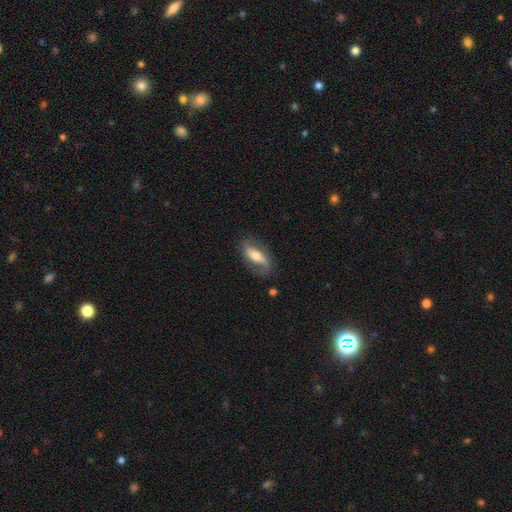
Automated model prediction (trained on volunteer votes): A featured or disk galaxy (65%) with a strong bar (41%), spiral arms (85%) and a moderate central bulge (60%).

Vote fractions:
- Smooth or featured? featured or disk: 65% / smooth: 29% / star or artifact: 6%
- Edge-on disk? no: 86% / yes: 14%
- Bar? strong: 41% / weak: 30% / no: 29%
- Spiral arms? yes: 85% / no: 15%
- Bulge size? moderate: 60% / small: 27% / large: 10% / none: 2% / dominant: 2%
- Merging? none: 67% / minor disturbance: 20% / major disturbance: 11% / merger: 2%